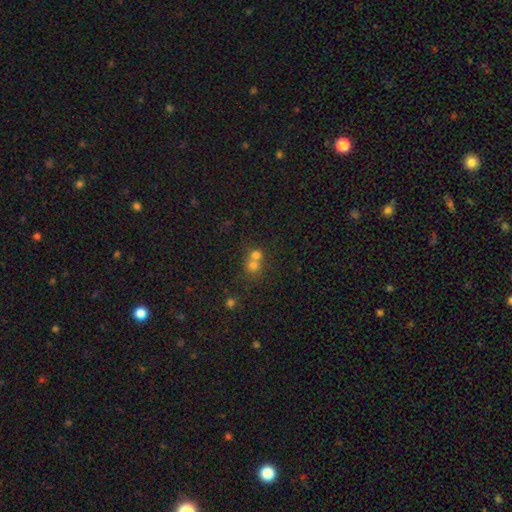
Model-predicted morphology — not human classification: The model was most divided on "merging": merger: 63%, none: 30%, minor disturbance: 4%, major disturbance: 2%. More confident: how rounded — round (81%); smooth or featured — smooth (71%).